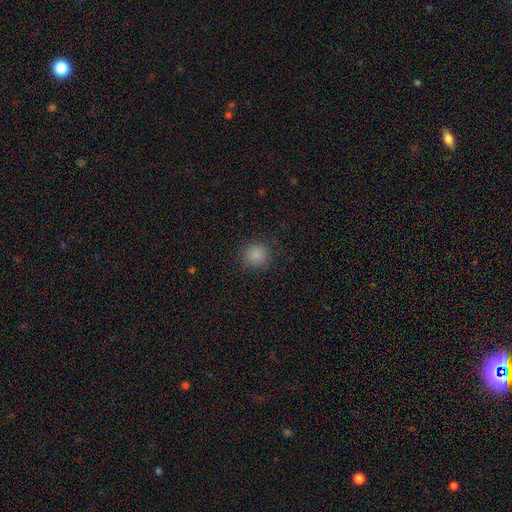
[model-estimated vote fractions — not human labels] Smooth or featured? smooth (83%)
How rounded? round (92%)
Merging? none (88%)